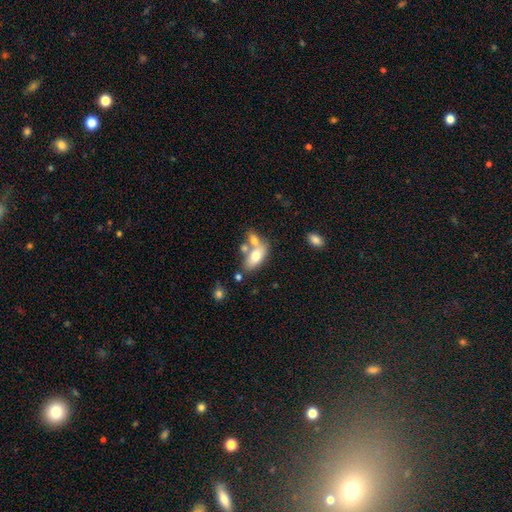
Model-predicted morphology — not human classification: Overall: smooth (71%). How rounded: in between (87%). Merging: none (42%; merger 39%).